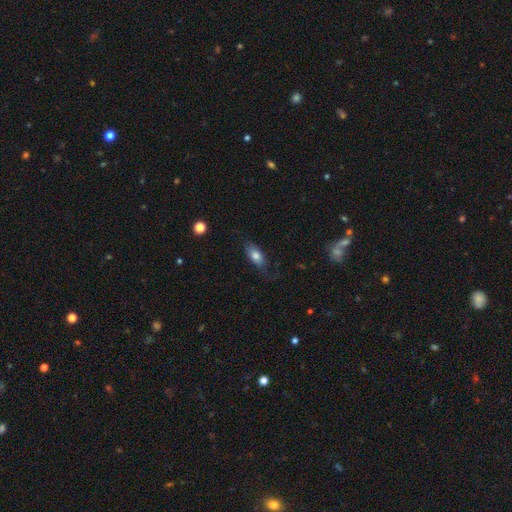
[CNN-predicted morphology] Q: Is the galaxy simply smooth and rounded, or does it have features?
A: smooth — 74%.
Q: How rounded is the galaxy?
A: in between — 83%.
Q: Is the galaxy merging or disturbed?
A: none — 62%.